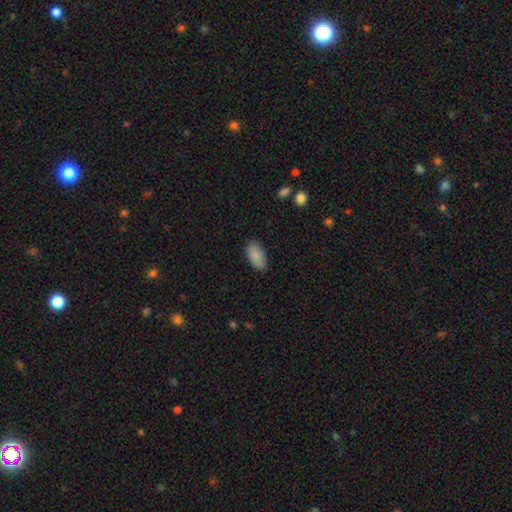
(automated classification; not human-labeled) Smooth or featured: smooth — 88% (star or artifact — 7%)
How rounded: in between — 94% (round — 3%)
Merging: none — 85% (minor disturbance — 11%)